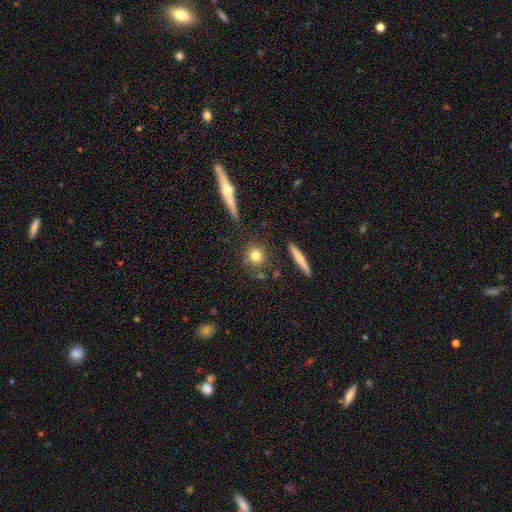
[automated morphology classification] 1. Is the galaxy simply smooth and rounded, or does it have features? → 78% smooth, 13% featured or disk, 9% star or artifact.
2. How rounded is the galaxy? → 83% round, 12% in between, 5% cigar-shaped.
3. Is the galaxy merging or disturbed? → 81% none, 10% minor disturbance, 6% merger, 3% major disturbance.